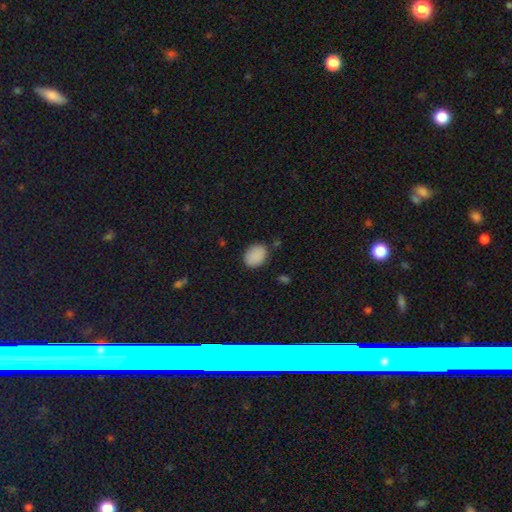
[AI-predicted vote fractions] The model was most divided on "how rounded": in between: 65%, round: 34%, cigar-shaped: 1%. More confident: smooth or featured — smooth (88%); merging — none (82%).